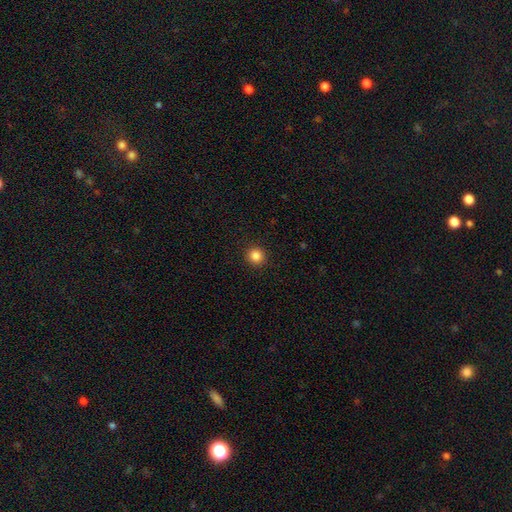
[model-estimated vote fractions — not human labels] smooth-or-featured: smooth: 86% | star or artifact: 11% | featured or disk: 3%
  how-rounded: round: 93% | in between: 6% | cigar-shaped: 1%
  merging: none: 92% | minor disturbance: 5% | major disturbance: 2% | merger: 1%